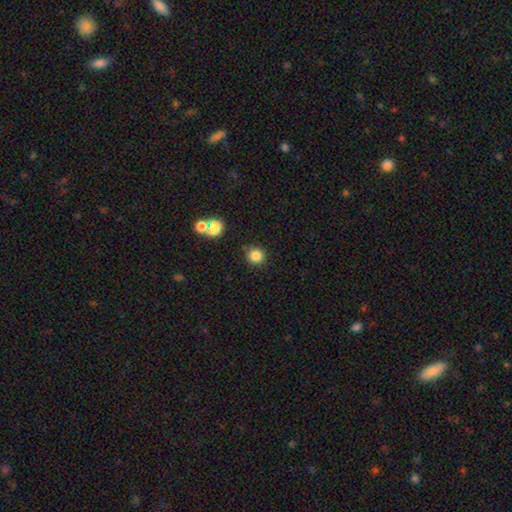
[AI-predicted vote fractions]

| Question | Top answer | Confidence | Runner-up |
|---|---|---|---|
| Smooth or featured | smooth | 83% | star or artifact (13%) |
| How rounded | round | 92% | in between (7%) |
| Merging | none | 83% | minor disturbance (11%) |